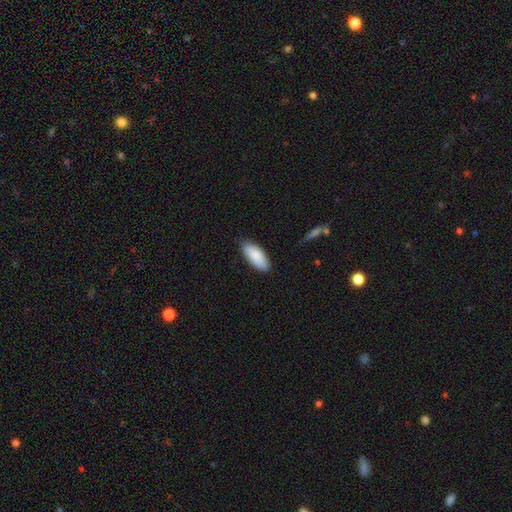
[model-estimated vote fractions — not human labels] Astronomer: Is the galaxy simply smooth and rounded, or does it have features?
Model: smooth — 87%.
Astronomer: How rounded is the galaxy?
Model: in between — 84%.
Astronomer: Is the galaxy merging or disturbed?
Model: none — 84%.